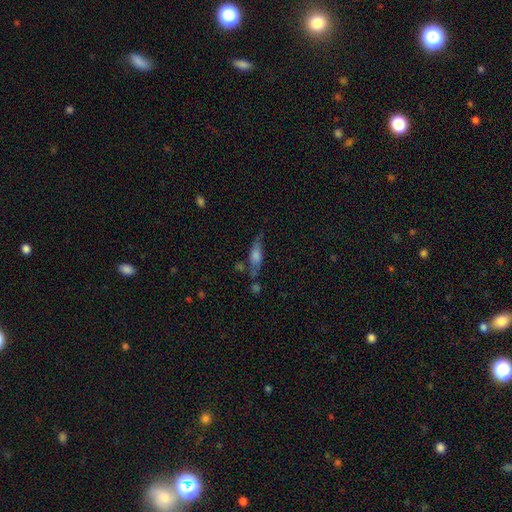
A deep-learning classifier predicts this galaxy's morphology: Smooth or featured? Predicted: featured or disk (p=0.49). Merging? Predicted: none (p=0.57).